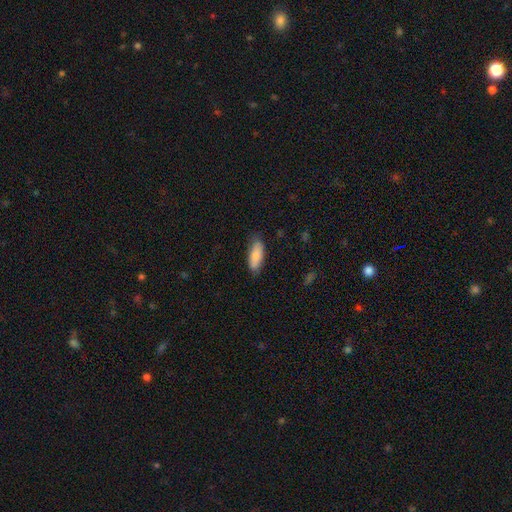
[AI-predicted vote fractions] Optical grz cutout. It shows a smooth galaxy with no disk features (84%) that is in between round and cigar-shaped (71%). Merging: none (79%).